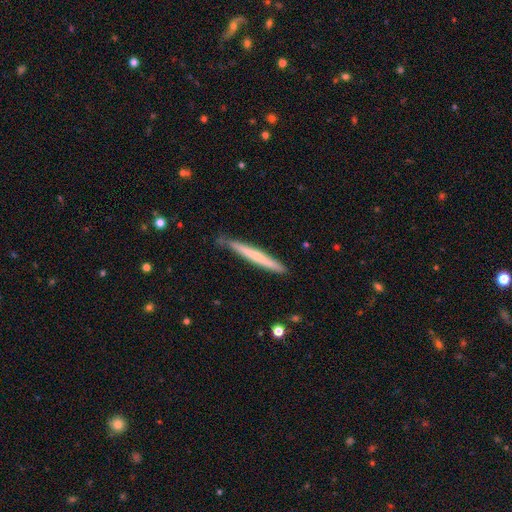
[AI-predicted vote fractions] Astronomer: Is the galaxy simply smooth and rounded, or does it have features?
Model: smooth — 54% (runner-up: featured or disk, 41%).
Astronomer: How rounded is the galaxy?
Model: cigar-shaped — 97%.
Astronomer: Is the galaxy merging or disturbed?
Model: none — 83%.